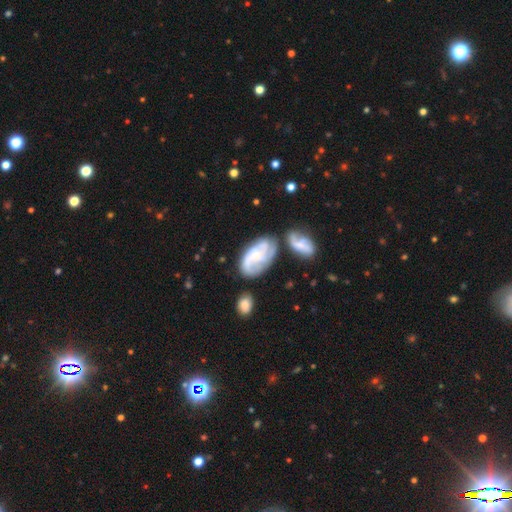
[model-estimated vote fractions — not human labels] This is likely a featured or disk galaxy (70%). It is clearly not viewed edge-on (96%). Bar: likely no (64%). Spiral arm pattern: clearly yes (86%). Spiral arm count: marginally 2 (32%). Spiral winding: marginally medium (42%). Central bulge: possibly small (48%). Merging: marginally none (42%).